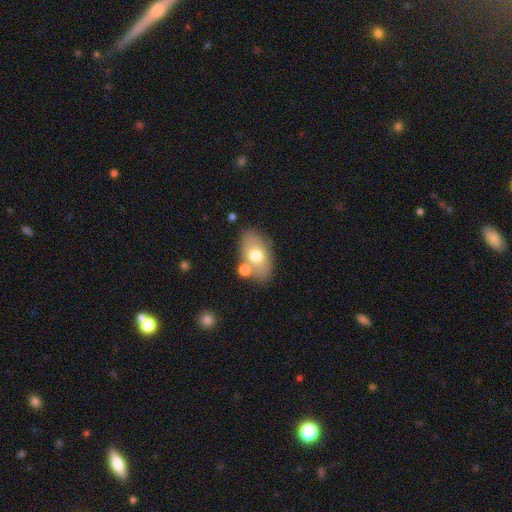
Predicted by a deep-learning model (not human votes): Smooth or featured: smooth — 67% (featured or disk — 26%)
How rounded: in between — 89% (round — 9%)
Merging: none — 68% (minor disturbance — 14%)